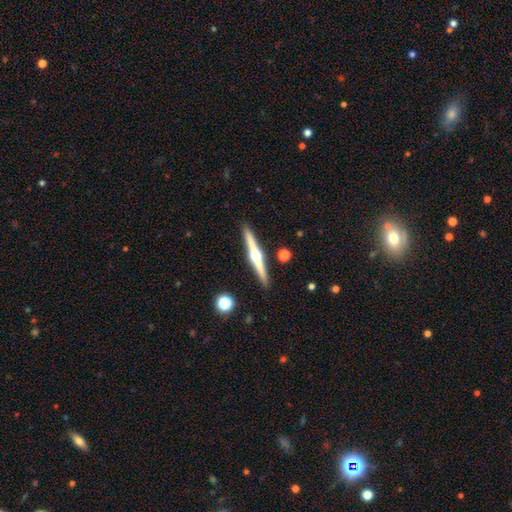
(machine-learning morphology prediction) smooth-or-featured: featured or disk: 79% | smooth: 16% | star or artifact: 5%
  disk-edge-on: yes: 99% | no: 1%
    edge-on-bulge: rounded: 95% | boxy: 2% | none: 2%
  merging: none: 91% | minor disturbance: 6% | merger: 2% | major disturbance: 1%